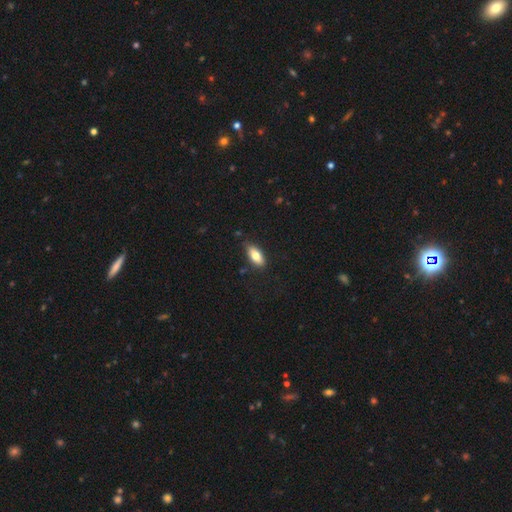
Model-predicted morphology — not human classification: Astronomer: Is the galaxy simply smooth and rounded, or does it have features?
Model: smooth — 76%.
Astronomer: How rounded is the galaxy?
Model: in between — 84%.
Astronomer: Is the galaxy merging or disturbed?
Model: none — 78%.